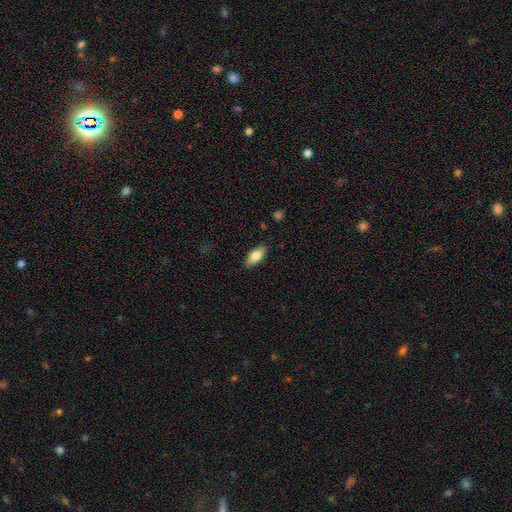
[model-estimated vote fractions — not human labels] A smooth galaxy with no disk features (82%) that is in between round and cigar-shaped (87%).

Vote fractions:
- Smooth or featured? smooth: 82% / featured or disk: 12% / star or artifact: 6%
- How rounded? in between: 87% / cigar-shaped: 10% / round: 2%
- Merging? none: 86% / minor disturbance: 11% / major disturbance: 2% / merger: 1%